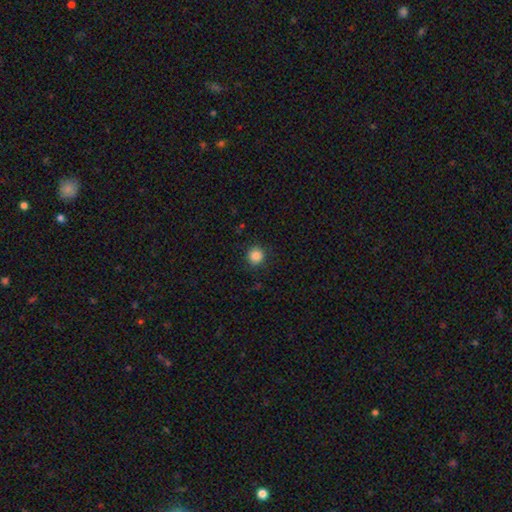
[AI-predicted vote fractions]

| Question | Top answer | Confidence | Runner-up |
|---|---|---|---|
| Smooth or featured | smooth | 86% | star or artifact (11%) |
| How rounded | round | 94% | in between (5%) |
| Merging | none | 90% | minor disturbance (7%) |